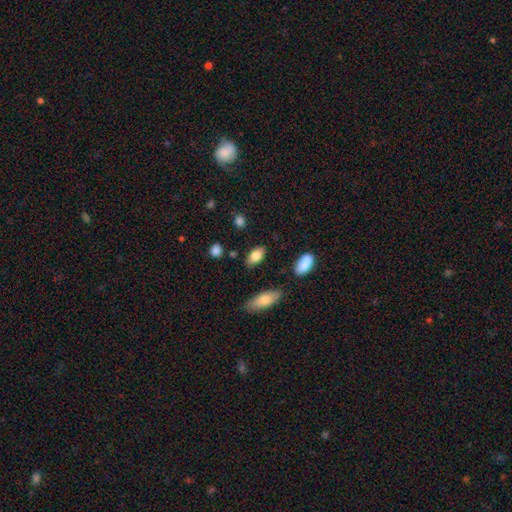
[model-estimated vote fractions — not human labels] Q: Smooth or featured?
A: smooth (81%); runner-up: featured or disk (11%)
Q: How rounded?
A: in between (89%); runner-up: round (6%)
Q: Merging?
A: none (81%); runner-up: minor disturbance (13%)